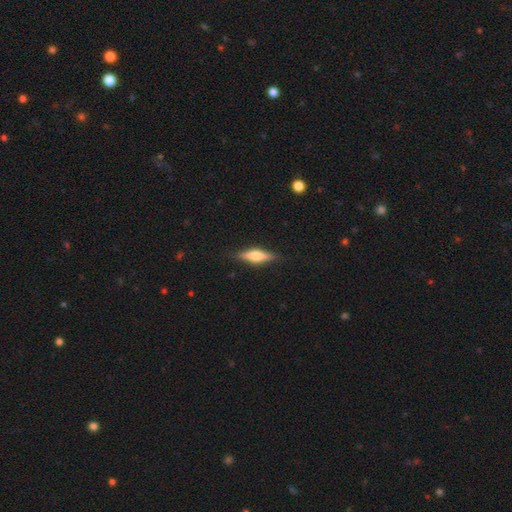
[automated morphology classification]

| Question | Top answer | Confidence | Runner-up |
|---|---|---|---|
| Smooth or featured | featured or disk | 53% | smooth (40%) |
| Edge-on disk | yes | 95% | no (5%) |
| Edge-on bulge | rounded | 84% | boxy (12%) |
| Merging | none | 86% | minor disturbance (10%) |